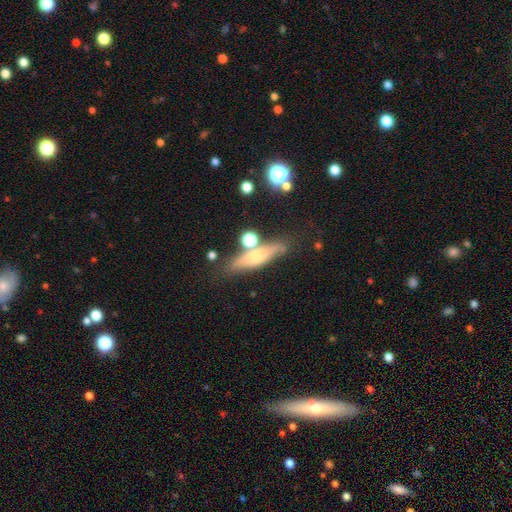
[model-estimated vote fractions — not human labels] smooth_or_featured: smooth (p=0.47) [alt: featured or disk p=0.44]
merging: none (p=0.69) [alt: minor disturbance p=0.15]